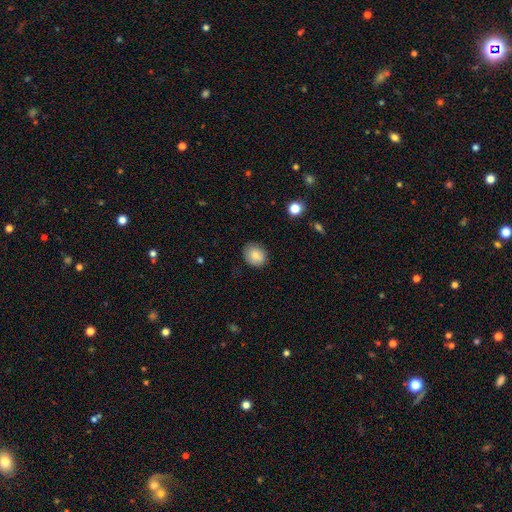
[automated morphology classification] type=smooth (84%); roundness=round (61%); merging=none (84%).